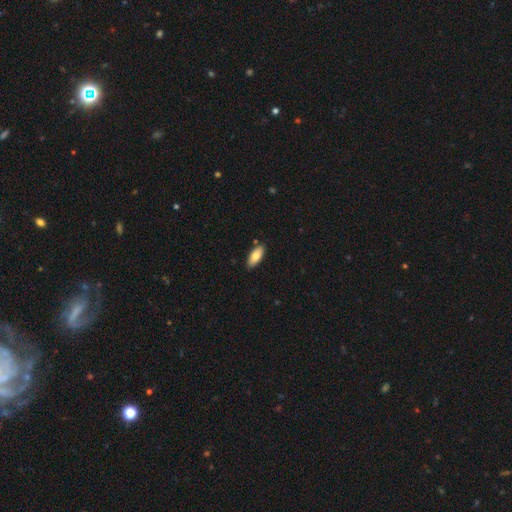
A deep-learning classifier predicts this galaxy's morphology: Q: Smooth or featured?
A: smooth (79%); runner-up: featured or disk (14%)
Q: How rounded?
A: in between (81%); runner-up: cigar-shaped (17%)
Q: Merging?
A: none (86%); runner-up: minor disturbance (10%)